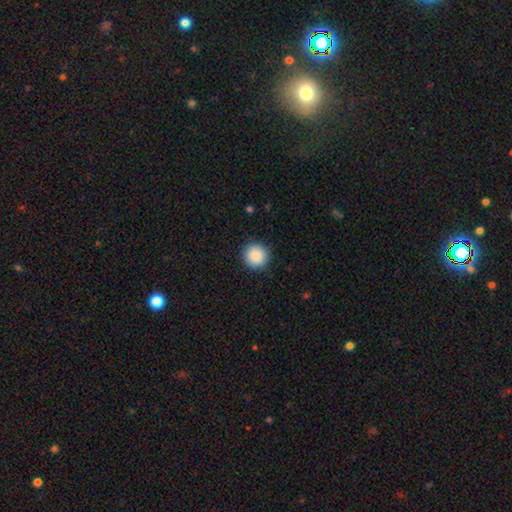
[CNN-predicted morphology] A smooth galaxy with no disk features (89%) that is round (94%).

Vote fractions:
- Smooth or featured? smooth: 89% / star or artifact: 8% / featured or disk: 3%
- How rounded? round: 94% / in between: 5% / cigar-shaped: 1%
- Merging? none: 91% / minor disturbance: 6% / major disturbance: 2% / merger: 1%